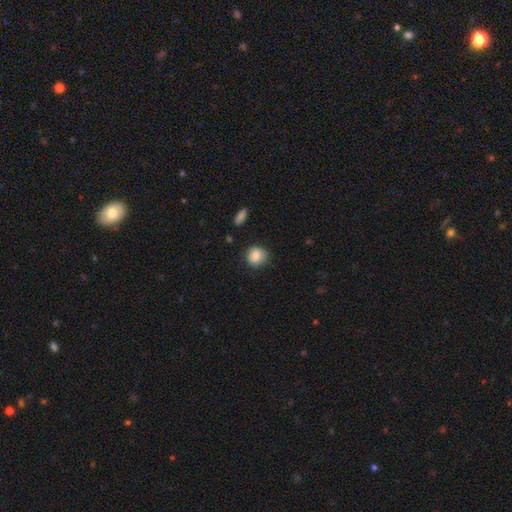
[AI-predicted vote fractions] smooth-or-featured: smooth: 86% | star or artifact: 8% | featured or disk: 6%
  how-rounded: round: 86% | in between: 13% | cigar-shaped: 1%
  merging: none: 82% | minor disturbance: 14% | major disturbance: 3% | merger: 2%